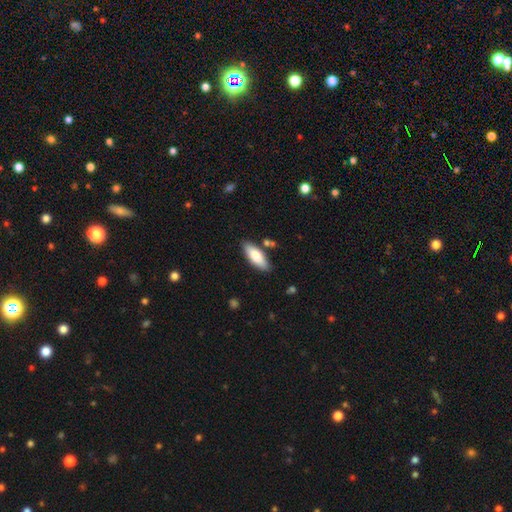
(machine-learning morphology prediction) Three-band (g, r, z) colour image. It shows a smooth galaxy with no disk features (76%) that is in between round and cigar-shaped (69%). Merging: none (82%).